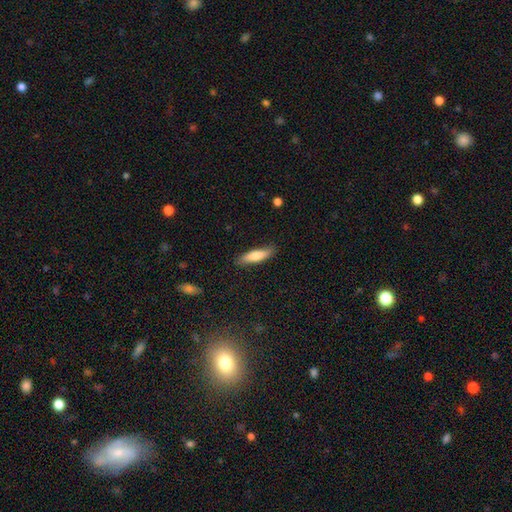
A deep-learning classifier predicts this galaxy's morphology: This is likely a smooth galaxy (78%). How rounded: likely cigar-shaped (66%). Merging: clearly none (83%).